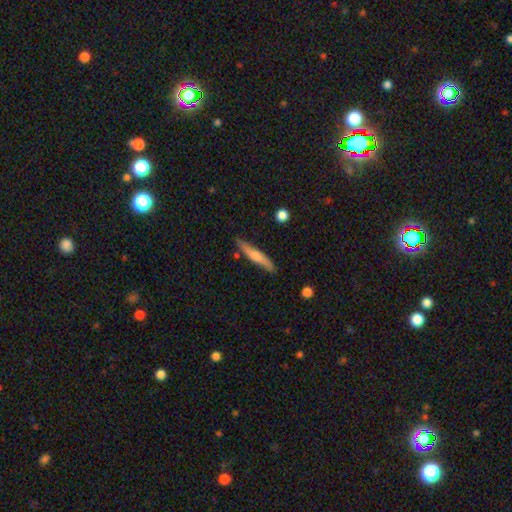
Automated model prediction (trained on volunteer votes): Smooth or featured? featured or disk (55%)
Edge-on disk? yes (94%)
Edge-on bulge? rounded (74%)
Merging? none (87%)